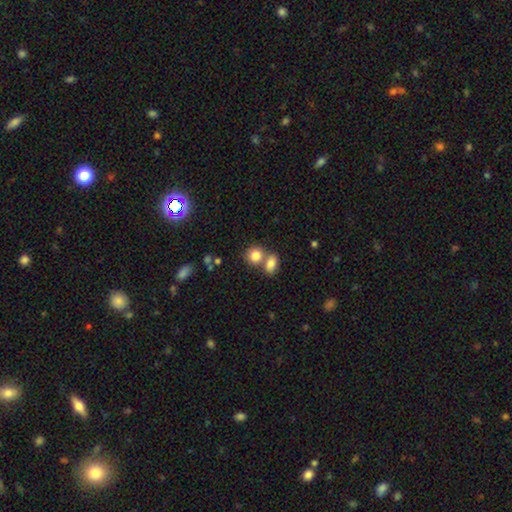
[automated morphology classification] Smooth or featured? smooth (82%)
How rounded? round (66%)
Merging? merger (45%)